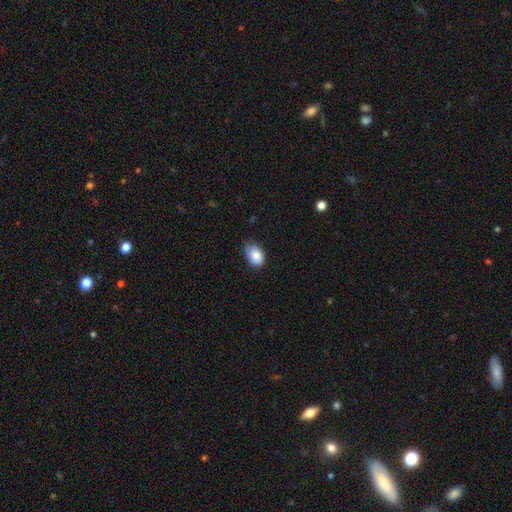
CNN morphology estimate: A smooth galaxy with no disk features (85%) that is in between round and cigar-shaped (83%). Merging: none (63%).